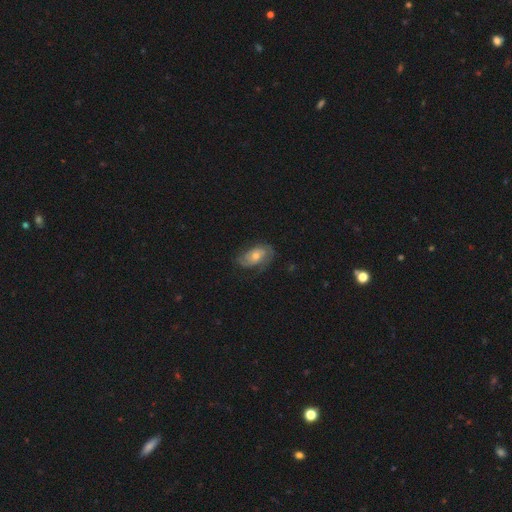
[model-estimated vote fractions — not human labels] Overall: featured or disk (70%). Edge-on disk: no (95%). Bar: no (73%). Spiral arms: yes (88%). Spiral arm count: 2 (54%; can't tell 24%). Spiral winding: tight (46%; medium 37%). Bulge size: moderate (61%; small 33%). Merging: none (66%).